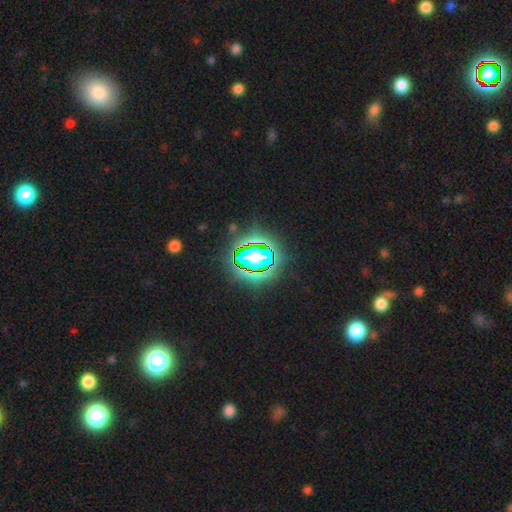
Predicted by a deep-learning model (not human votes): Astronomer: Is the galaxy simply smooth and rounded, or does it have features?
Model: star or artifact — 74%.